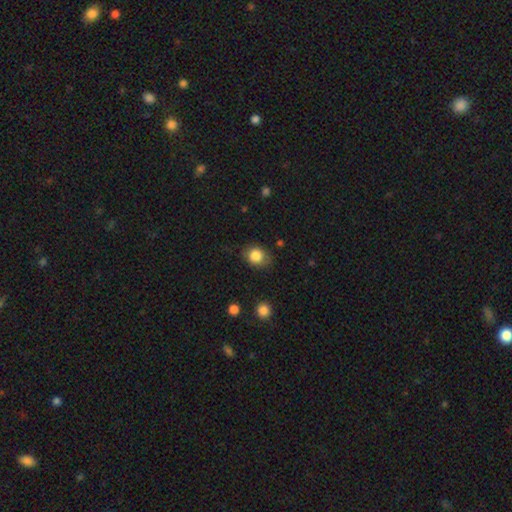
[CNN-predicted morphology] Smooth or featured?
  - smooth: 84% *
  - star or artifact: 9%
  - featured or disk: 7%
How rounded?
  - round: 63% *
  - in between: 36%
  - cigar-shaped: 1%
Merging?
  - none: 76% *
  - minor disturbance: 18%
  - major disturbance: 5%
  - merger: 2%